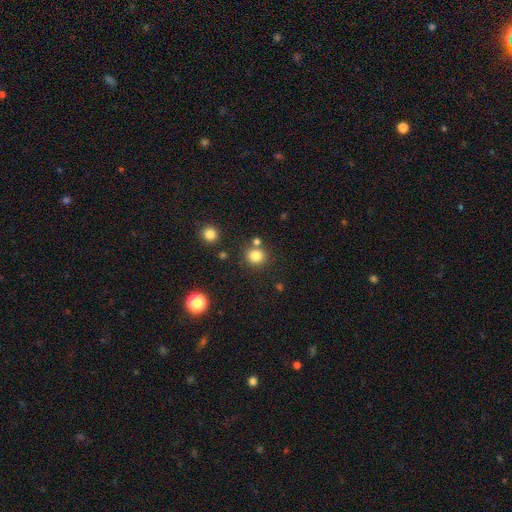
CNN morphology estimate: smooth 82%, star or artifact 12%, featured or disk 6%. Down the decision tree: how rounded — round (88%); merging — none (77%).